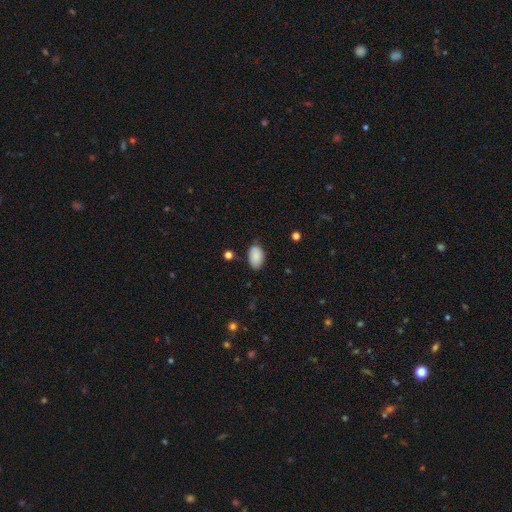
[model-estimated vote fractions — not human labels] Smooth or featured?
  - smooth: 87% *
  - star or artifact: 7%
  - featured or disk: 6%
How rounded?
  - in between: 93% *
  - round: 6%
  - cigar-shaped: 1%
Merging?
  - none: 72% *
  - minor disturbance: 22%
  - major disturbance: 4%
  - merger: 2%